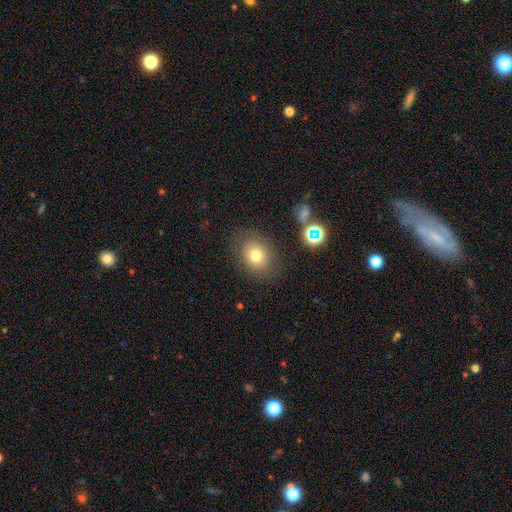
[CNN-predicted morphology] Smooth or featured? Predicted: smooth (p=0.75). How rounded? Predicted: round (p=0.51). Merging? Predicted: none (p=0.79).